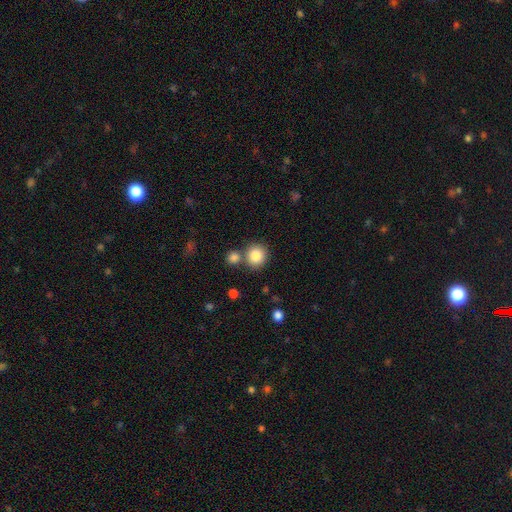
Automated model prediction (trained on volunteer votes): Smooth or featured: smooth — 83% (star or artifact — 10%)
How rounded: round — 89% (in between — 10%)
Merging: none — 71% (merger — 18%)